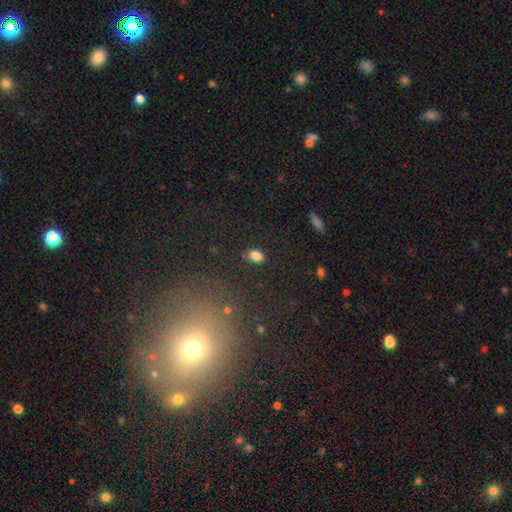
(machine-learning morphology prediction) Overall: smooth (83%). How rounded: in between (84%). Merging: none (83%).